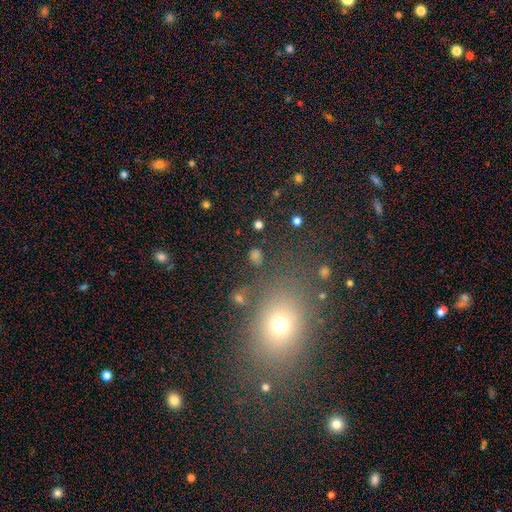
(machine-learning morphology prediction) A smooth galaxy with no disk features (62%) that is round (54%). Merging: none (77%).